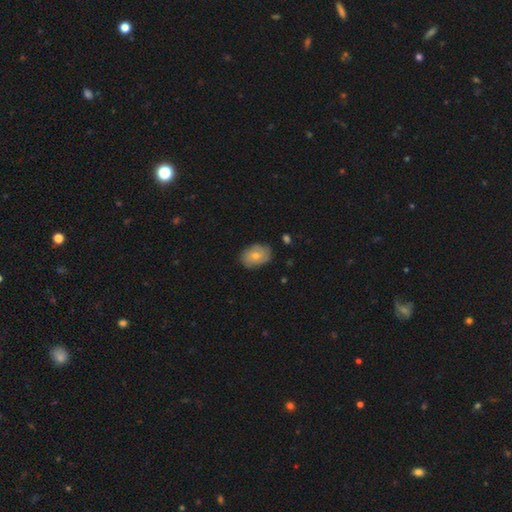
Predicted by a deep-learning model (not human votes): smooth-or-featured: smooth: 68% | featured or disk: 25% | star or artifact: 7%
  how-rounded: in between: 79% | round: 20% | cigar-shaped: 1%
  merging: none: 78% | minor disturbance: 17% | major disturbance: 3% | merger: 1%